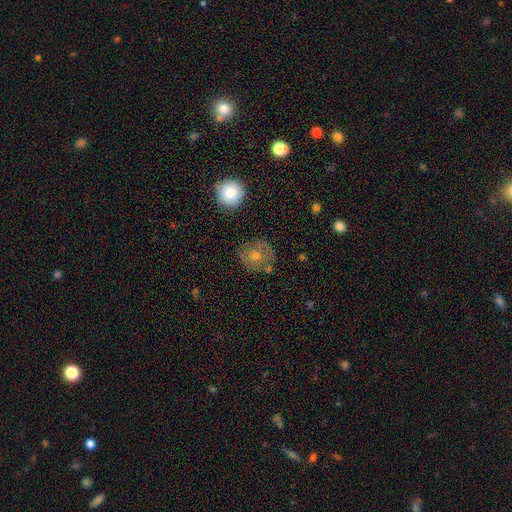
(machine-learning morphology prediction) type=smooth (50%); roundness=round (88%); merging=none (73%).